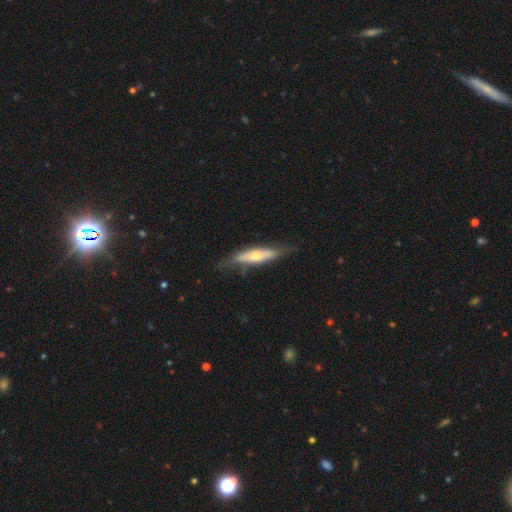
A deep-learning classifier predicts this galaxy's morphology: A featured or disk galaxy (52%) viewed edge-on (77%). Merging: none (69%).